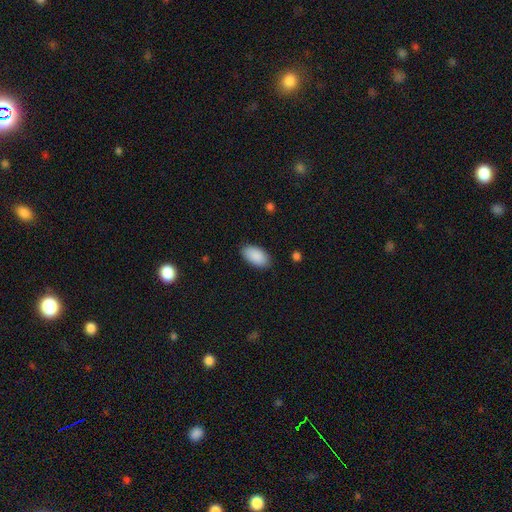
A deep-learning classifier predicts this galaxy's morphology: A smooth galaxy with no disk features (90%) that is in between round and cigar-shaped (96%). Merging: none (86%).